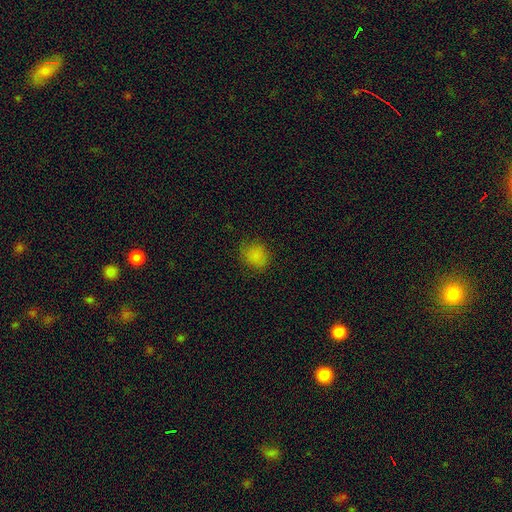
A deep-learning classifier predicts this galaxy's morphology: Q: Smooth or featured?
A: smooth (80%); runner-up: star or artifact (14%)
Q: How rounded?
A: round (70%); runner-up: in between (29%)
Q: Merging?
A: none (74%); runner-up: minor disturbance (19%)